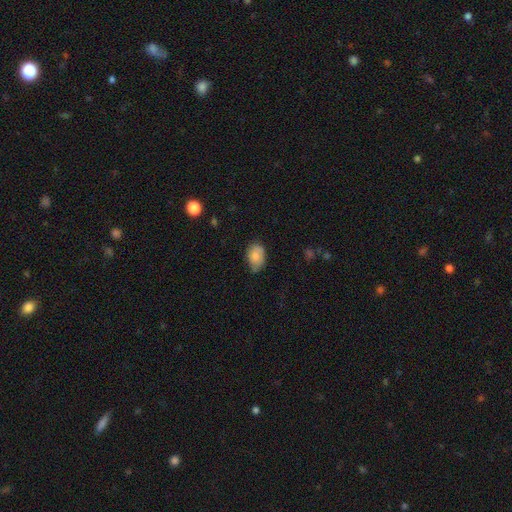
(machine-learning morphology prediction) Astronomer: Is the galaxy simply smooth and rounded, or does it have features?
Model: smooth — 79%.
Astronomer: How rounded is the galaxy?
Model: in between — 86%.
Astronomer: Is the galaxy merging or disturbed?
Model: none — 63%.